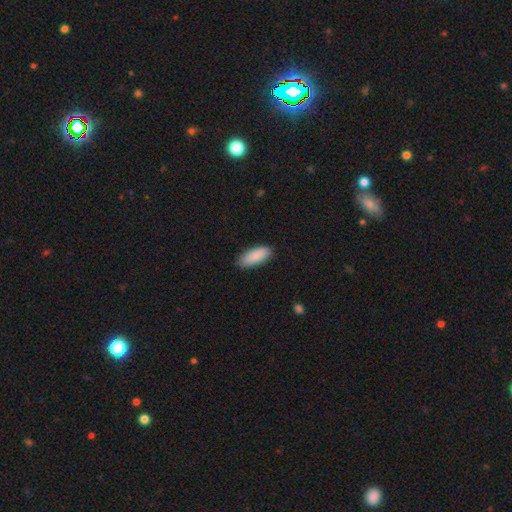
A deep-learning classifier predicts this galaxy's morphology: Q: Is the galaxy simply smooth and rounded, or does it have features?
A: smooth — 90%.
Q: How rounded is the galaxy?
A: in between — 78%.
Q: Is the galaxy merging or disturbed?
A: none — 84%.